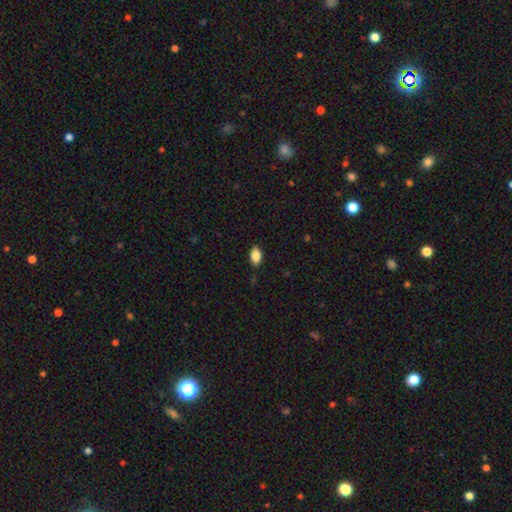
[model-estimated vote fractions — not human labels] This appears to be a smooth galaxy with no disk features (85%) that is in between round and cigar-shaped (91%). Merging: none (86%).